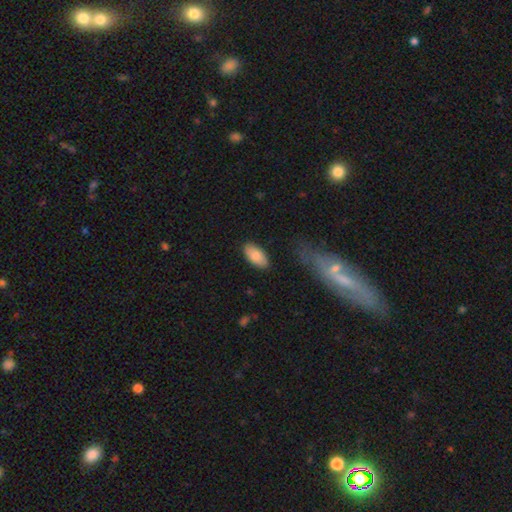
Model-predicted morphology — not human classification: A smooth galaxy with no disk features (82%) that is in between round and cigar-shaped (94%). Merging: none (86%).